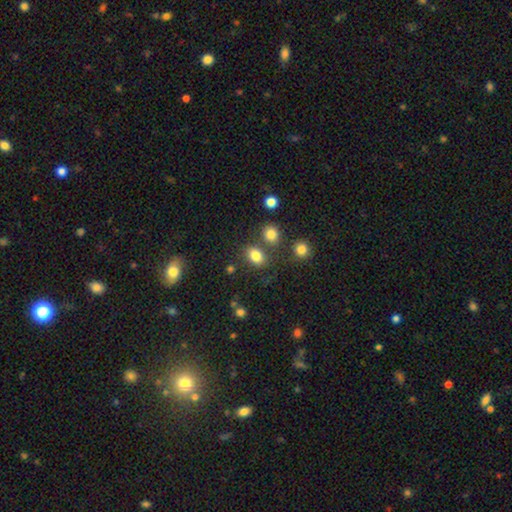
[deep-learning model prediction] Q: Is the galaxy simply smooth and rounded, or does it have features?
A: smooth — 82%.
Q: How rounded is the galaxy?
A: in between — 73%.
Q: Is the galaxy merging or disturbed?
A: none — 69%.